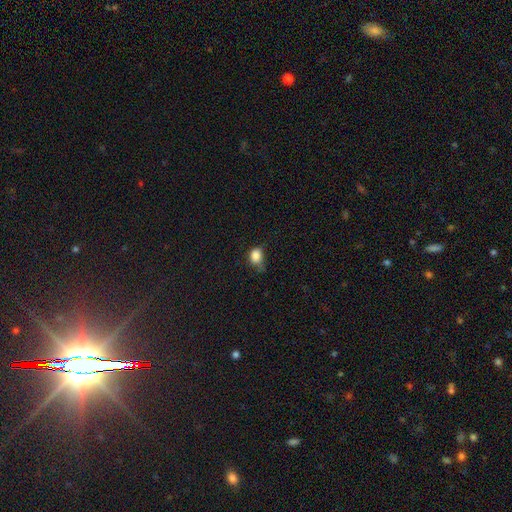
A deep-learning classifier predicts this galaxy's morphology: A smooth galaxy with no disk features (83%) that is round (55%). Merging: none (44%).